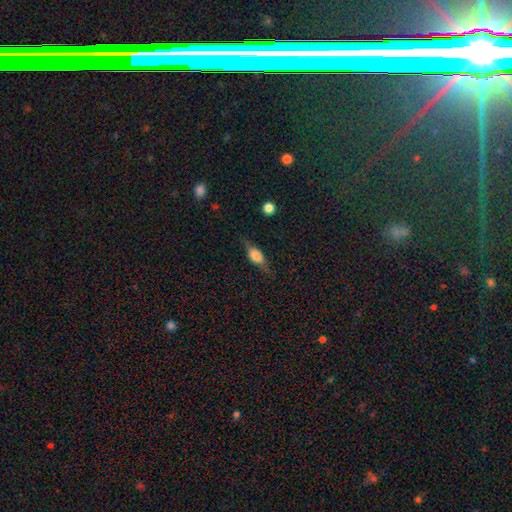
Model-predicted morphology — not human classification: Smooth or featured?
  - smooth: 50% *
  - featured or disk: 42%
  - star or artifact: 8%
How rounded?
  - in between: 66% *
  - cigar-shaped: 27%
  - round: 7%
Merging?
  - none: 72% *
  - minor disturbance: 19%
  - major disturbance: 7%
  - merger: 2%